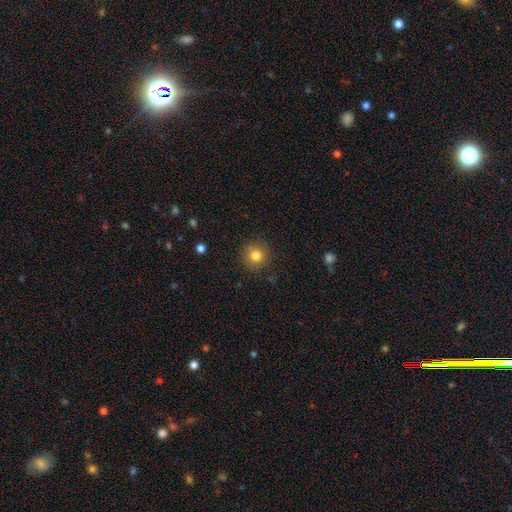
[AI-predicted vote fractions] Overall: smooth (81%). How rounded: round (93%). Merging: none (87%).